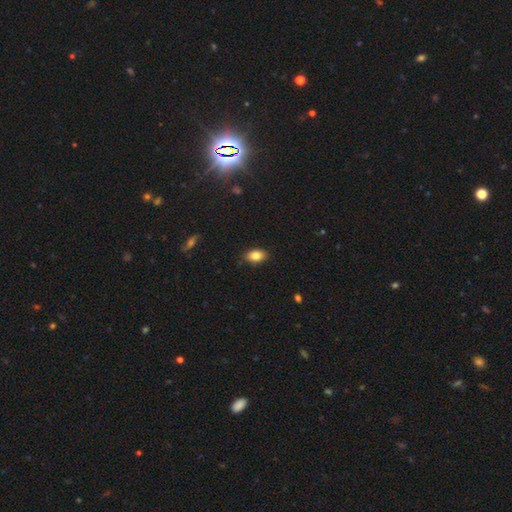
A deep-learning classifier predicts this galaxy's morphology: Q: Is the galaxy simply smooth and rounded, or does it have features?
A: smooth — 85%.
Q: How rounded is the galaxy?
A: in between — 88%.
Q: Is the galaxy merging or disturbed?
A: none — 86%.